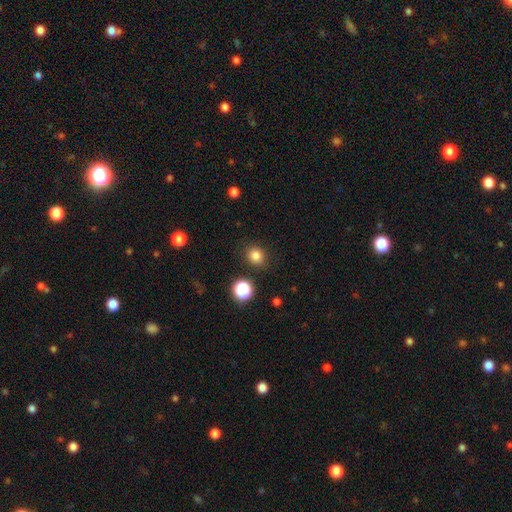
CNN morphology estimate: The model was most divided on "how rounded": round: 77%, in between: 22%, cigar-shaped: 1%. More confident: merging — none (86%); smooth or featured — smooth (82%).